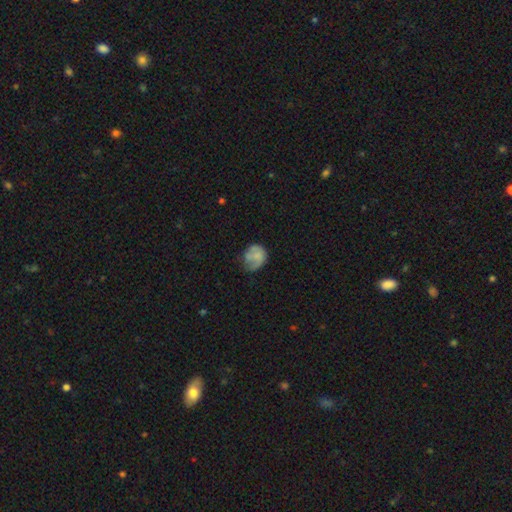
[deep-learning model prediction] smooth_or_featured: smooth (p=0.56) [alt: featured or disk p=0.36]
how_rounded: round (p=0.64) [alt: in between p=0.35]
merging: none (p=0.45) [alt: minor disturbance p=0.32]